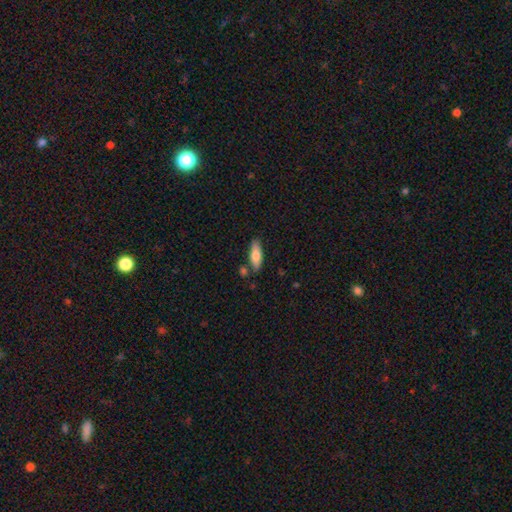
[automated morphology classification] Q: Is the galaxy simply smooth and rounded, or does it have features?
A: smooth — 73%.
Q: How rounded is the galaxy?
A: in between — 56%.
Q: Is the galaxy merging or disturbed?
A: none — 78%.